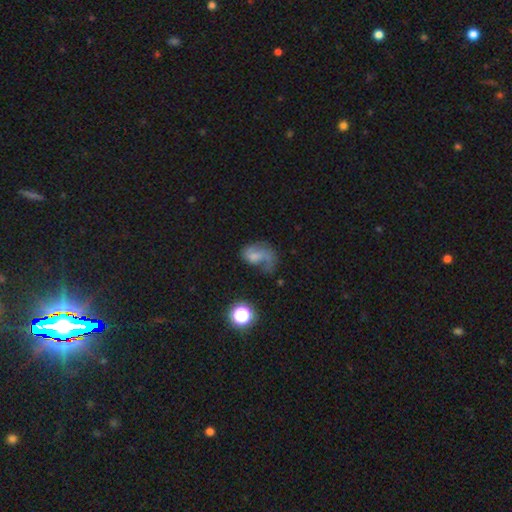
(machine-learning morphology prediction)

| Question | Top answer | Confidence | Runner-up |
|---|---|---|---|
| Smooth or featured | featured or disk | 52% | smooth (35%) |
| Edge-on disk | no | 97% | yes (3%) |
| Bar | no | 63% | weak (31%) |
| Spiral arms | yes | 76% | no (24%) |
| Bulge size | none | 37% | small (30%) |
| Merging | major disturbance | 43% | none (28%) |